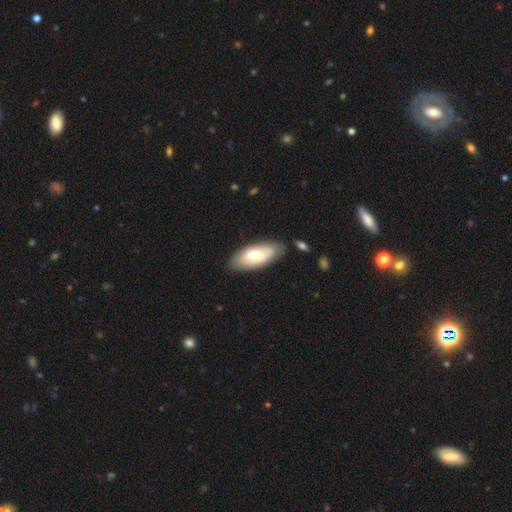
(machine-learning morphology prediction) This appears to be a smooth galaxy with no disk features (59%) that is in between round and cigar-shaped (88%). Merging: none (79%).